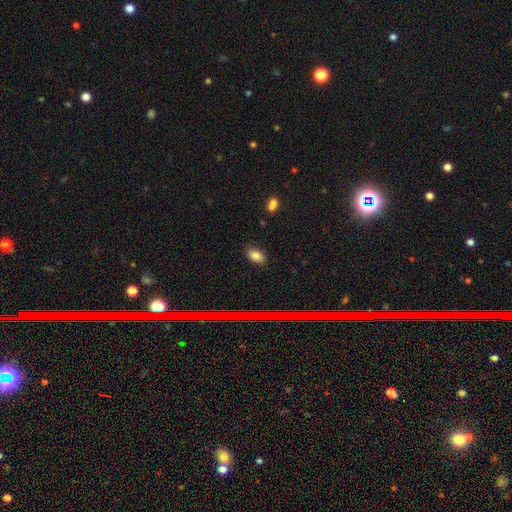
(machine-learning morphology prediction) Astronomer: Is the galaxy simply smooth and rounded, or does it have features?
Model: smooth — 79%.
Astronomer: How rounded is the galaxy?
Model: in between — 84%.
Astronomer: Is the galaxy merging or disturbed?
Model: none — 84%.